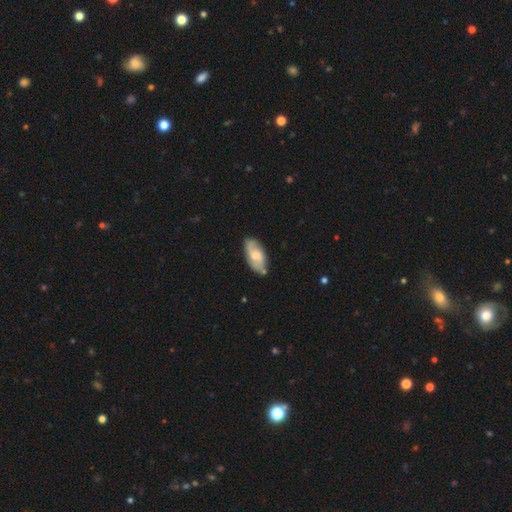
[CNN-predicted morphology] Smooth or featured? Predicted: featured or disk (p=0.53). Edge-on disk? Predicted: no (p=0.92). Merging? Predicted: none (p=0.75).